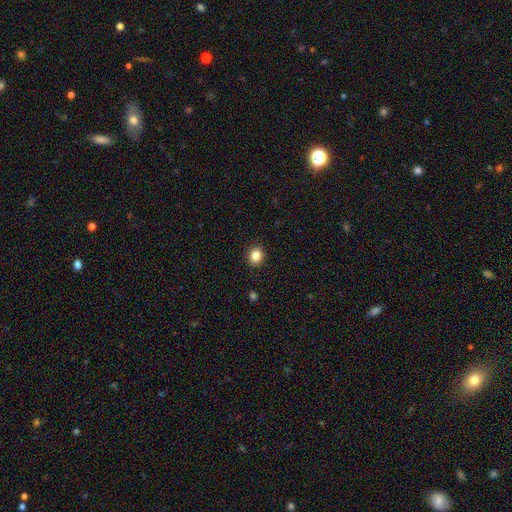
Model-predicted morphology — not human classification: Q: Smooth or featured?
A: smooth (85%); runner-up: star or artifact (11%)
Q: How rounded?
A: round (73%); runner-up: in between (26%)
Q: Merging?
A: none (90%); runner-up: minor disturbance (7%)